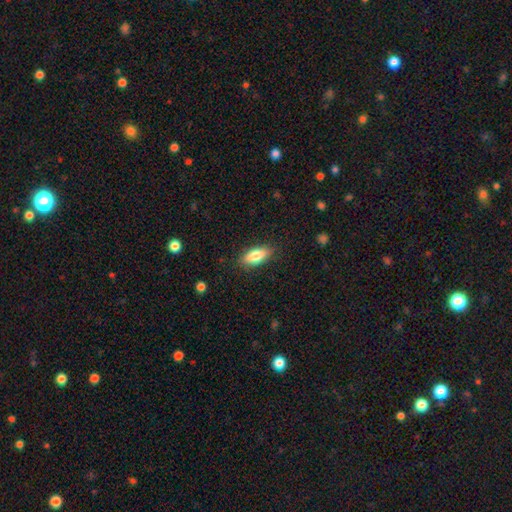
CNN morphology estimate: Smooth or featured? smooth (81%)
How rounded? in between (82%)
Merging? none (86%)